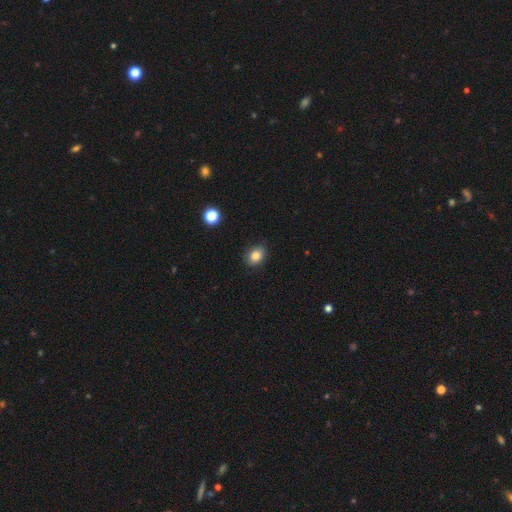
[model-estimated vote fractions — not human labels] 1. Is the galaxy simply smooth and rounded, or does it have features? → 84% smooth, 10% star or artifact, 6% featured or disk.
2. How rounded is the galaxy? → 61% in between, 38% round, 1% cigar-shaped.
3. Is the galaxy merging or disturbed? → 86% none, 11% minor disturbance, 2% major disturbance, 1% merger.